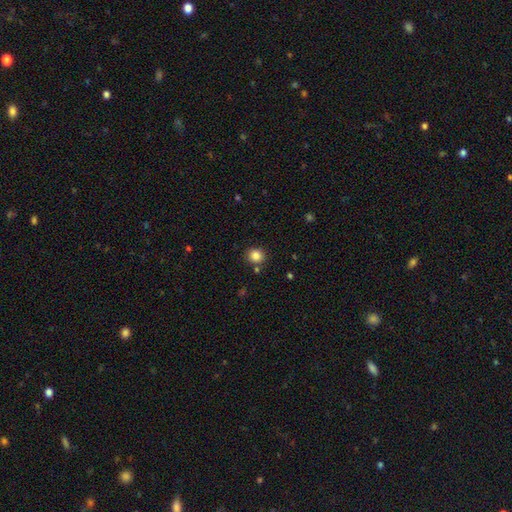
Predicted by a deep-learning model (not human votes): smooth 85%, star or artifact 11%, featured or disk 4%. Down the decision tree: how rounded — round (87%); merging — none (85%).